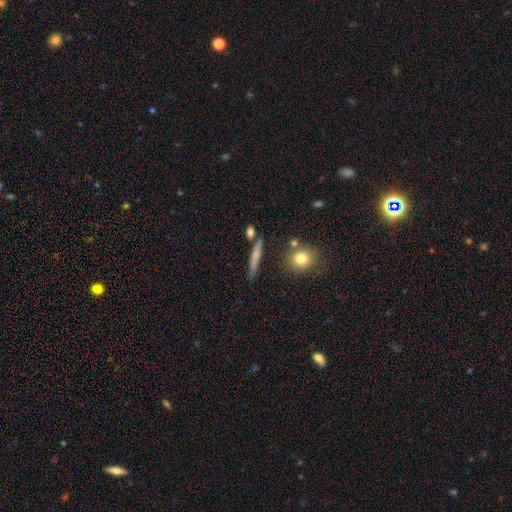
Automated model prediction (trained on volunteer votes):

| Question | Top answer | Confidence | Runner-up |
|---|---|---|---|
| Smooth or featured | smooth | 53% | featured or disk (38%) |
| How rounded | cigar-shaped | 86% | in between (8%) |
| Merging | none | 79% | minor disturbance (11%) |